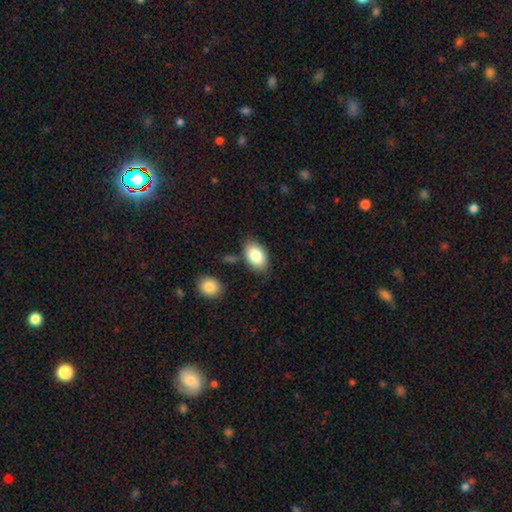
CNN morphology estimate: A smooth galaxy with no disk features (83%) that is in between round and cigar-shaped (91%). Merging: none (78%).